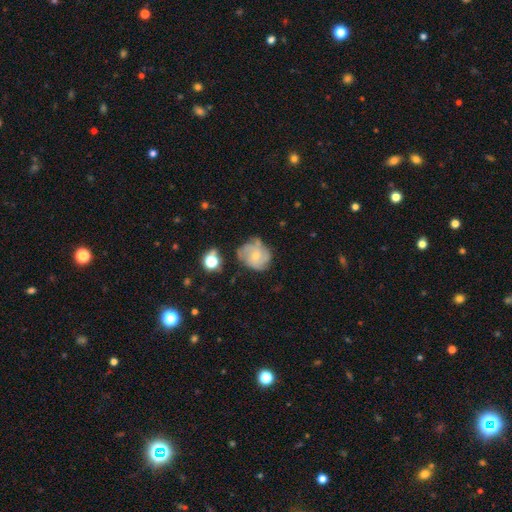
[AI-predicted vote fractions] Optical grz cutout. It shows a featured or disk galaxy (60%) with no bar (82%), spiral arms (83%) and a small central bulge (56%). Merging: none (59%).